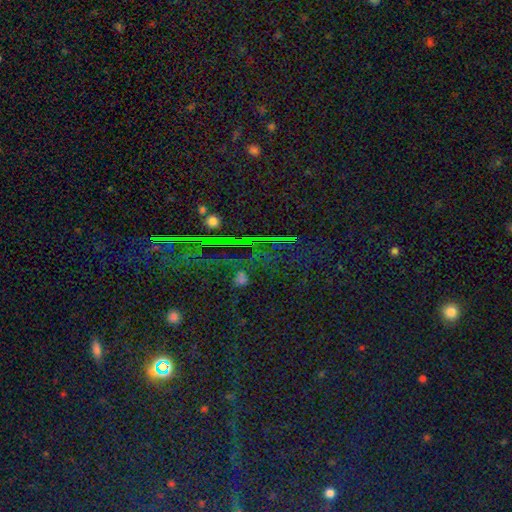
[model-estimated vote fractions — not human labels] The model was most divided on "smooth or featured": star or artifact: 83%, smooth: 9%, featured or disk: 8%.